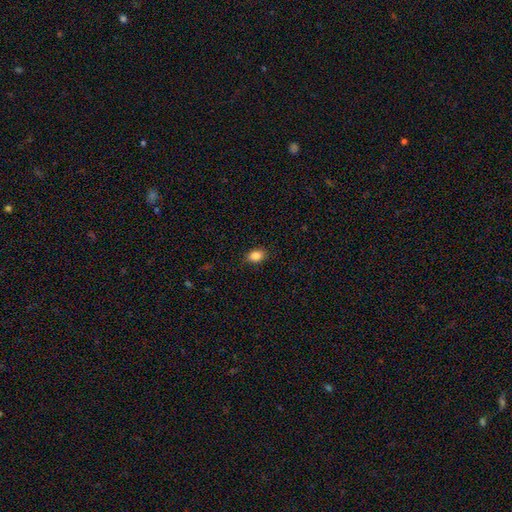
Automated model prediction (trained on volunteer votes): This appears to be a smooth galaxy with no disk features (87%) that is in between round and cigar-shaped (78%). Merging: none (86%).